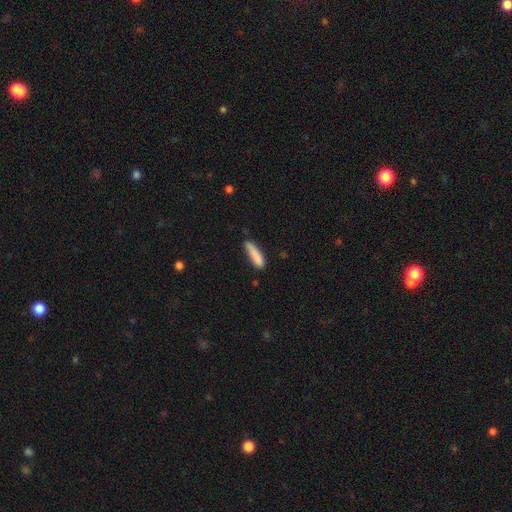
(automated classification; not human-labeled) The model was most divided on "merging": none: 68%, minor disturbance: 24%, major disturbance: 5%, merger: 4%. More confident: smooth or featured — smooth (85%); how rounded — cigar-shaped (76%).